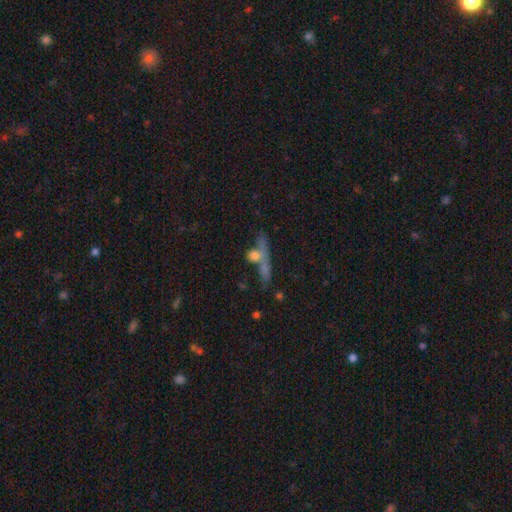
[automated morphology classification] smooth_or_featured: smooth (p=0.57) [alt: featured or disk p=0.27]
how_rounded: in between (p=0.37) [tied with: round p=0.37]
merging: merger (p=0.45) [alt: none p=0.30]